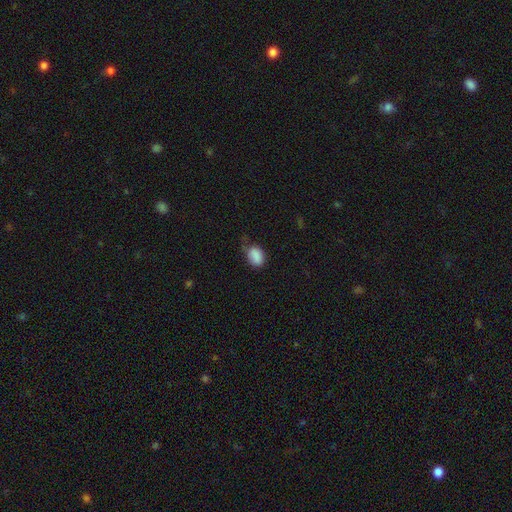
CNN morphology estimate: Overall: smooth (87%). How rounded: in between (77%). Merging: none (53%; minor disturbance 34%).